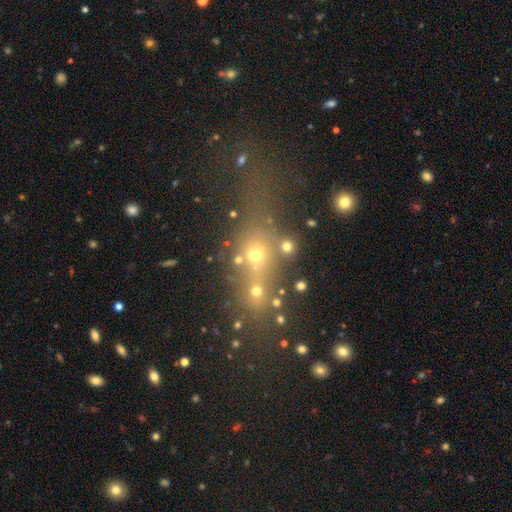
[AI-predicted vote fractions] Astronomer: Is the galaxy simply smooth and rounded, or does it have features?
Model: smooth — 47% (runner-up: star or artifact, 33%).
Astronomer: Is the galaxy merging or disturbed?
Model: merger — 39% (runner-up: none, 38%).